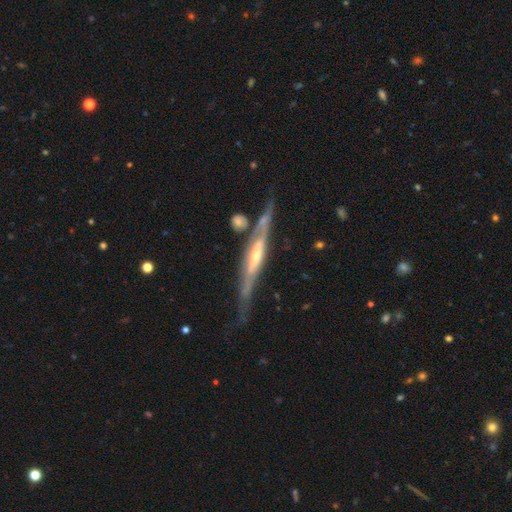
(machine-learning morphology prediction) A featured or disk galaxy (84%) viewed edge-on (93%) with a rounded central bulge (58%). Merging: none (67%).